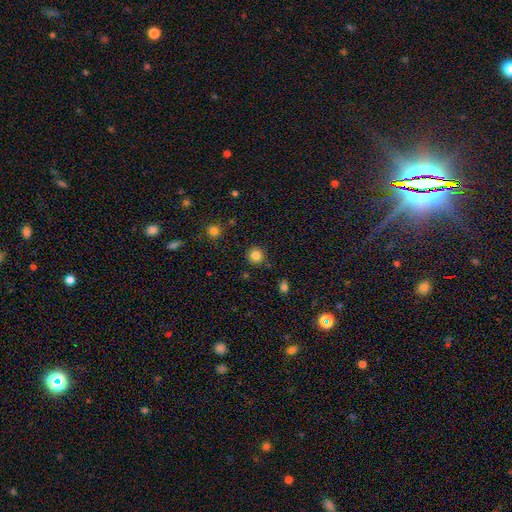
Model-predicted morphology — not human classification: smooth-or-featured: smooth: 83% | star or artifact: 12% | featured or disk: 5%
  how-rounded: round: 94% | in between: 5% | cigar-shaped: 1%
  merging: none: 88% | minor disturbance: 7% | major disturbance: 2% | merger: 2%